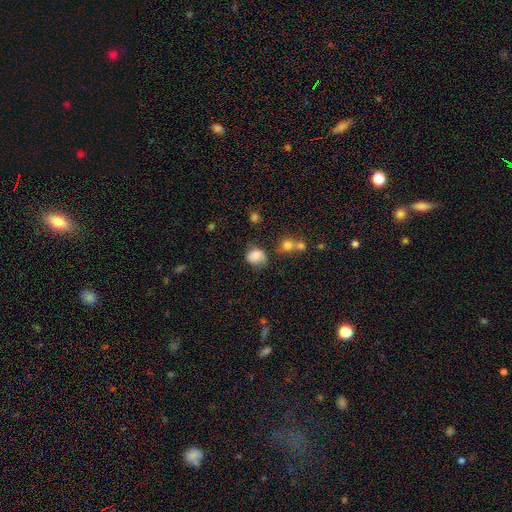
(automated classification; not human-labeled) Q: Smooth or featured?
A: smooth (70%); runner-up: featured or disk (20%)
Q: How rounded?
A: round (61%); runner-up: in between (38%)
Q: Merging?
A: none (49%); runner-up: minor disturbance (31%)